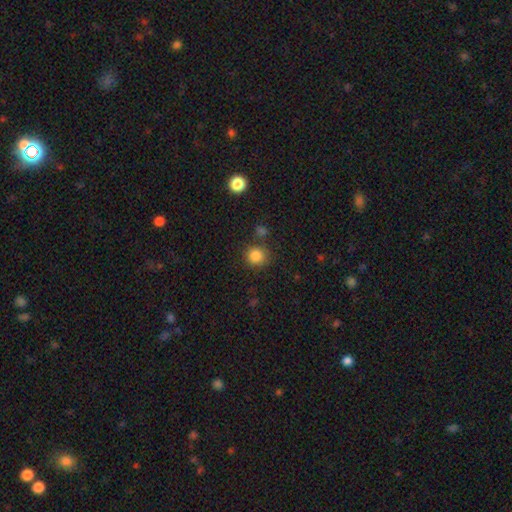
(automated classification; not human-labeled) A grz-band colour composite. It shows a smooth galaxy with no disk features (85%) that is round (89%). Merging: none (80%).